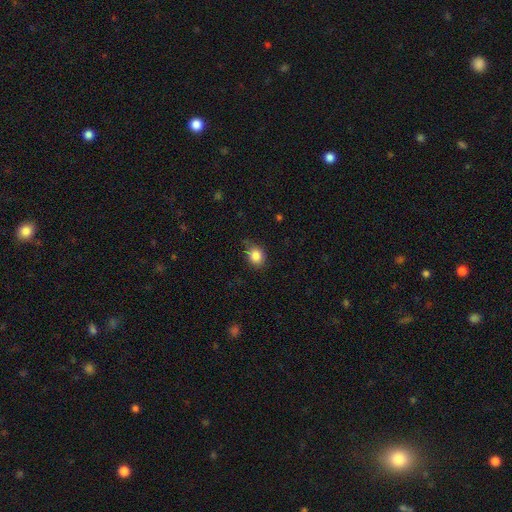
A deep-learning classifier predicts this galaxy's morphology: This appears to be a smooth galaxy with no disk features (85%) that is round (62%). Merging: none (73%).